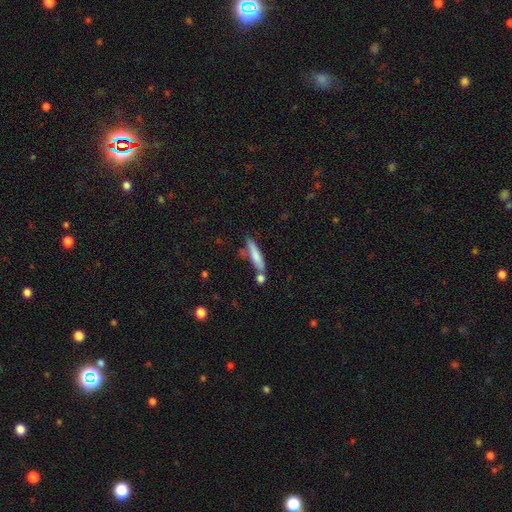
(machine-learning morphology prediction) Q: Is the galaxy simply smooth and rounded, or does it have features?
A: smooth — 73%.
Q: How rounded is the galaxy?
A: cigar-shaped — 82%.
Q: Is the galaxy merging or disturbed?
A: none — 60%.